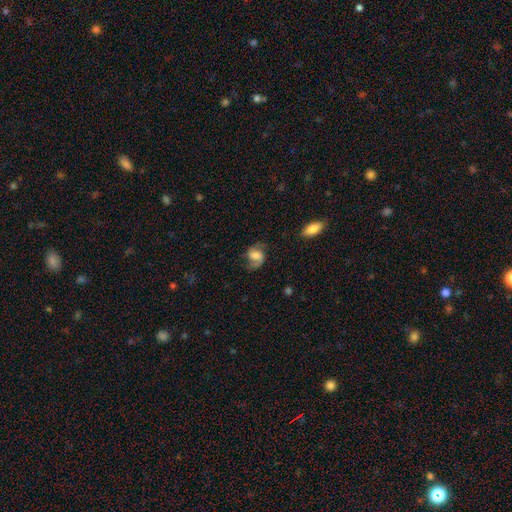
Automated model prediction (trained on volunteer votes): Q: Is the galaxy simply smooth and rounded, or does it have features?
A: featured or disk — 63%.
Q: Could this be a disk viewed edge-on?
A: no — 97%.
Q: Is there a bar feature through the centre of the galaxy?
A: no — 43%.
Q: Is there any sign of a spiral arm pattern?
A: yes — 92%.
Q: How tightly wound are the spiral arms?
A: medium — 45%.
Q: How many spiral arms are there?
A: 2 — 84%.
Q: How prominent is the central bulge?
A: moderate — 31%.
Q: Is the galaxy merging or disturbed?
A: none — 64%.